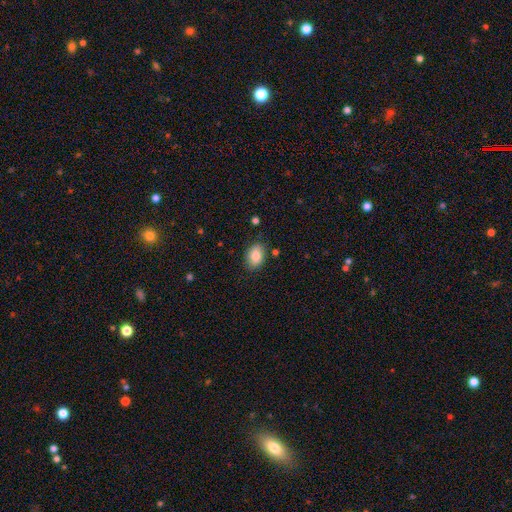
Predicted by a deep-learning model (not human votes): This appears to be a smooth galaxy with no disk features (84%) that is in between round and cigar-shaped (86%). Merging: none (78%).